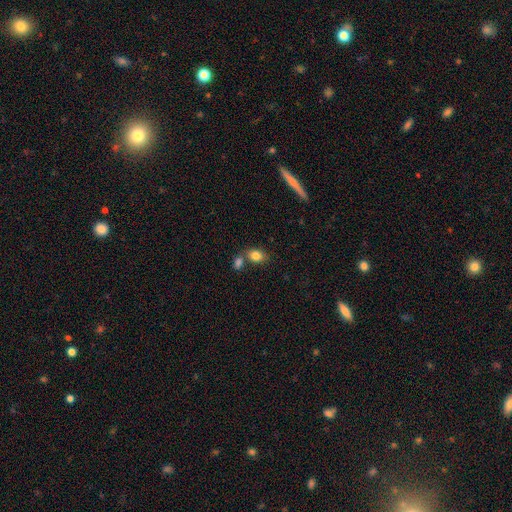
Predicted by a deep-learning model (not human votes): Smooth or featured? Predicted: smooth (p=0.83). How rounded? Predicted: in between (p=0.73). Merging? Predicted: none (p=0.56).